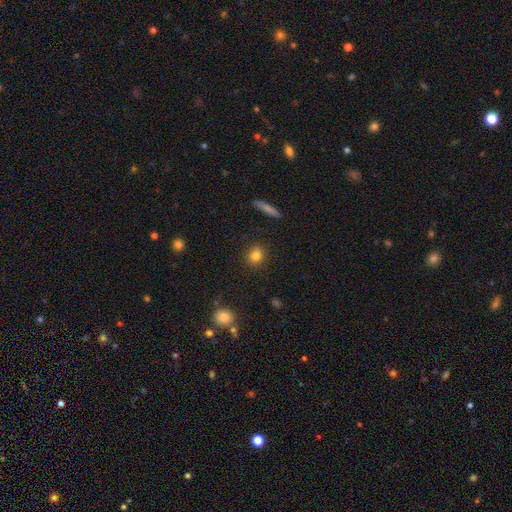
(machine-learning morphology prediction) A smooth galaxy with no disk features (81%) that is round (74%).

Vote fractions:
- Smooth or featured? smooth: 81% / star or artifact: 12% / featured or disk: 8%
- How rounded? round: 74% / in between: 23% / cigar-shaped: 2%
- Merging? none: 84% / minor disturbance: 10% / merger: 3% / major disturbance: 3%